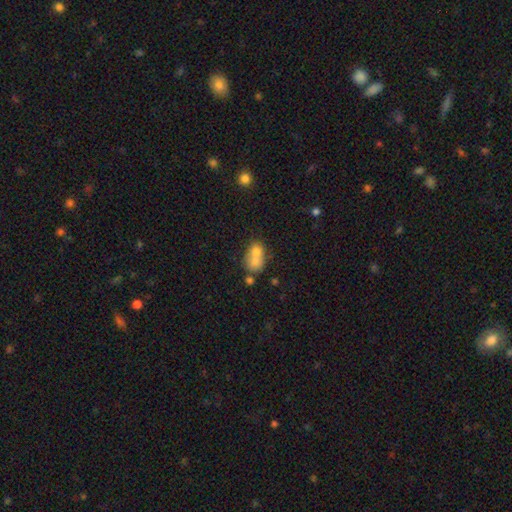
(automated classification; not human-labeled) smooth_or_featured: smooth (p=0.71) [alt: featured or disk p=0.19]
how_rounded: in between (p=0.50) [alt: round p=0.49]
merging: merger (p=0.66) [alt: none p=0.23]